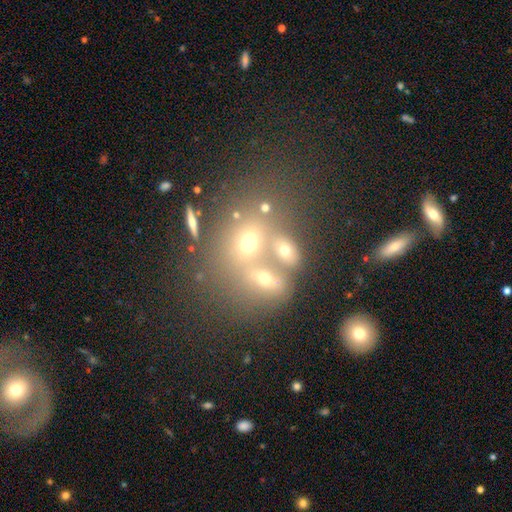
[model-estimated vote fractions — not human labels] A featured or disk galaxy (38%, tied with smooth). Merging: merger (52%).